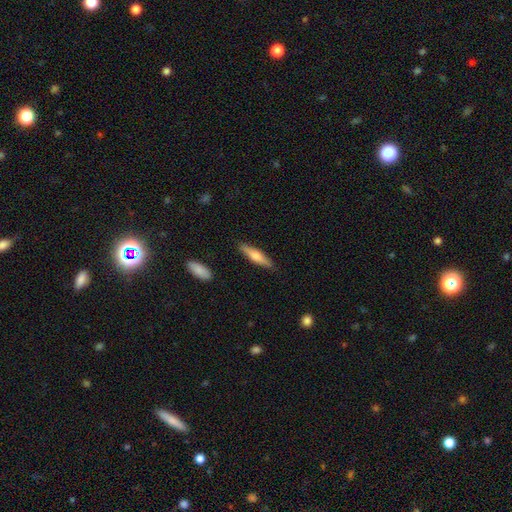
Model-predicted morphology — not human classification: smooth 56%, featured or disk 38%, star or artifact 6%. Down the decision tree: how rounded — cigar-shaped (78%); merging — none (87%).